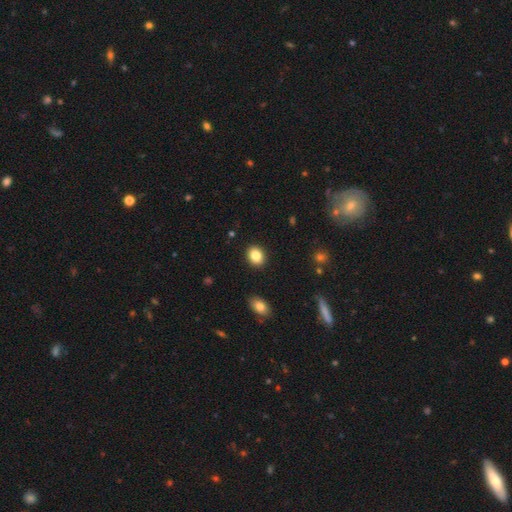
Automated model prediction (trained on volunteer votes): This is clearly a smooth galaxy (85%). How rounded: possibly in between (50%). Merging: clearly none (90%).